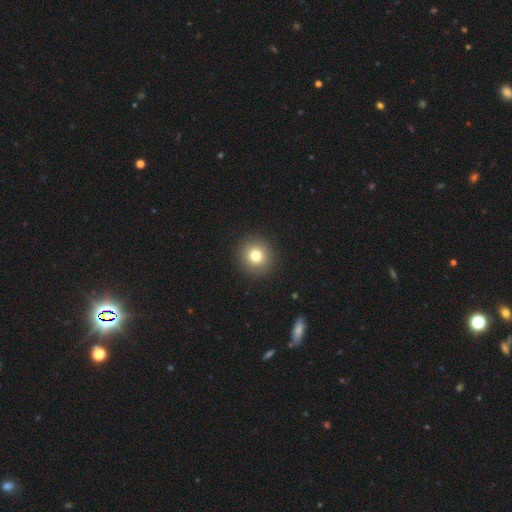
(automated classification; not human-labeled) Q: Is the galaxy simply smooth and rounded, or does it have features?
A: smooth — 78%.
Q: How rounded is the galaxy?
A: round — 92%.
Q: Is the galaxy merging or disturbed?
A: none — 92%.